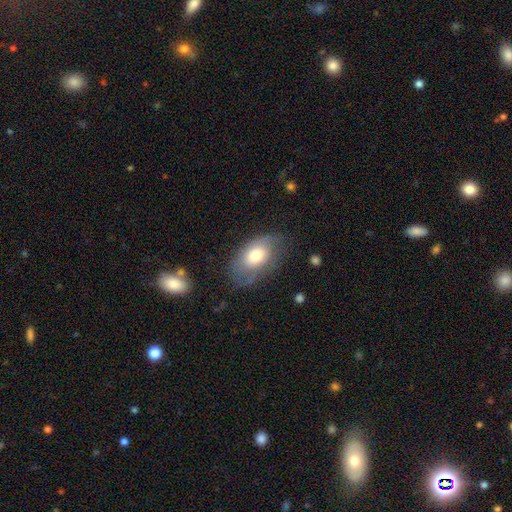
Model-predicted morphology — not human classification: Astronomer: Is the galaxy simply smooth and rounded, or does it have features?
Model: smooth — 62%.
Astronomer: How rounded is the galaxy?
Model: in between — 89%.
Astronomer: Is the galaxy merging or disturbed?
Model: none — 61%.